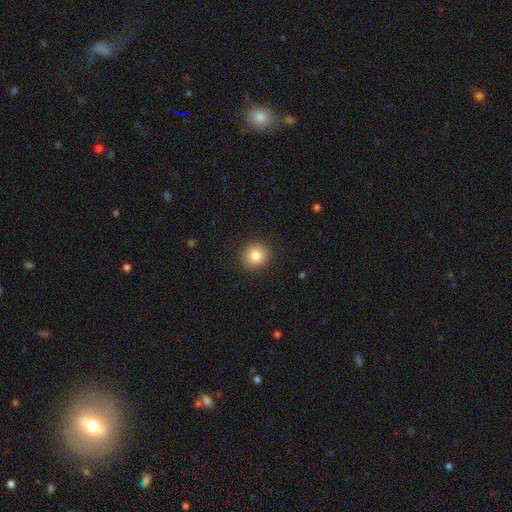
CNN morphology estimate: Smooth or featured: smooth — 84% (star or artifact — 10%)
How rounded: round — 88% (in between — 11%)
Merging: none — 91% (minor disturbance — 6%)